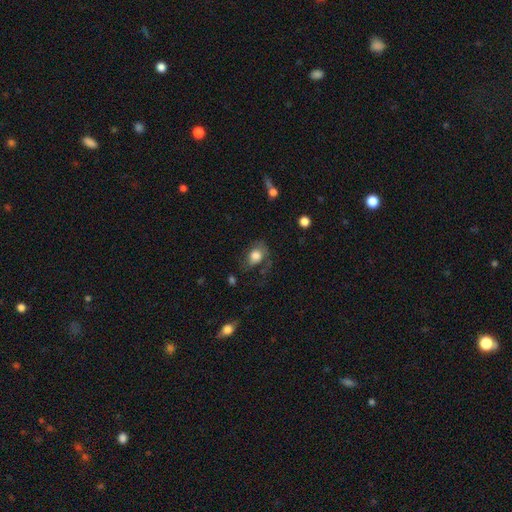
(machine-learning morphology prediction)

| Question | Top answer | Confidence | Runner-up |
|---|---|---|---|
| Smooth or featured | smooth | 71% | featured or disk (21%) |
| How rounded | in between | 68% | round (31%) |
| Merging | none | 45% | major disturbance (26%) |